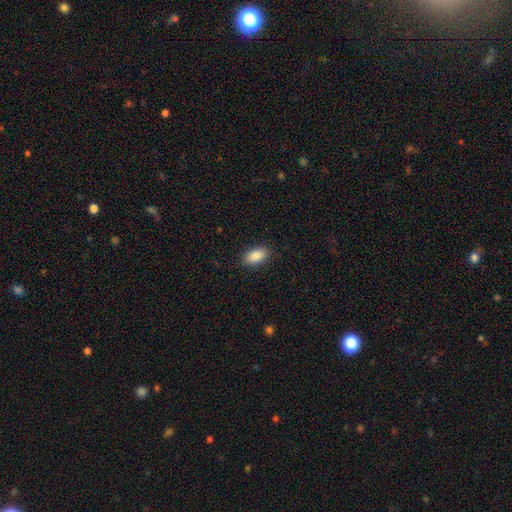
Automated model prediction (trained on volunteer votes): The model was most divided on "merging": none: 88%, minor disturbance: 8%, major disturbance: 2%, merger: 1%. More confident: how rounded — in between (92%); smooth or featured — smooth (88%).